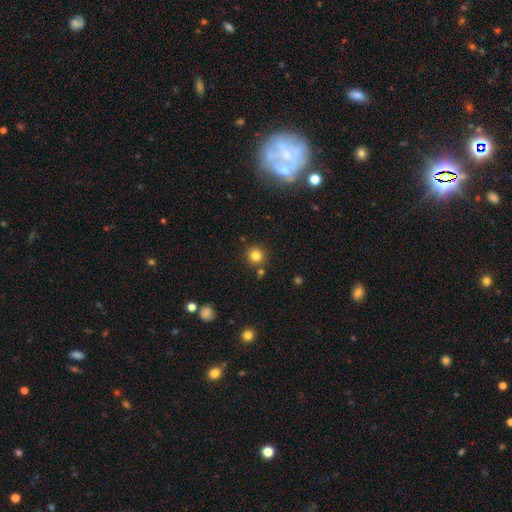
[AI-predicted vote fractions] smooth-or-featured: smooth: 81% | star or artifact: 13% | featured or disk: 6%
  how-rounded: round: 93% | in between: 6% | cigar-shaped: 1%
  merging: none: 83% | minor disturbance: 8% | merger: 7% | major disturbance: 3%